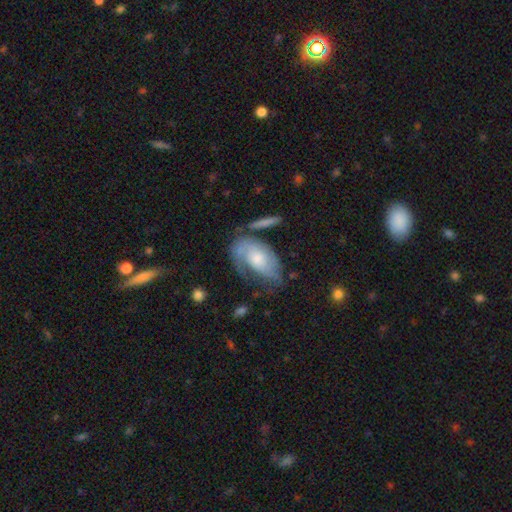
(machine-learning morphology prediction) A featured or disk galaxy (58%) with no bar (75%), spiral arms (78%) and a moderate central bulge (47%).

Vote fractions:
- Smooth or featured? featured or disk: 58% / smooth: 35% / star or artifact: 7%
- Edge-on disk? no: 93% / yes: 7%
- Bar? no: 75% / weak: 21% / strong: 4%
- Spiral arms? yes: 78% / no: 22%
- Bulge size? moderate: 47% / small: 38% / large: 9% / none: 5% / dominant: 2%
- Merging? none: 42% / minor disturbance: 28% / major disturbance: 23% / merger: 7%